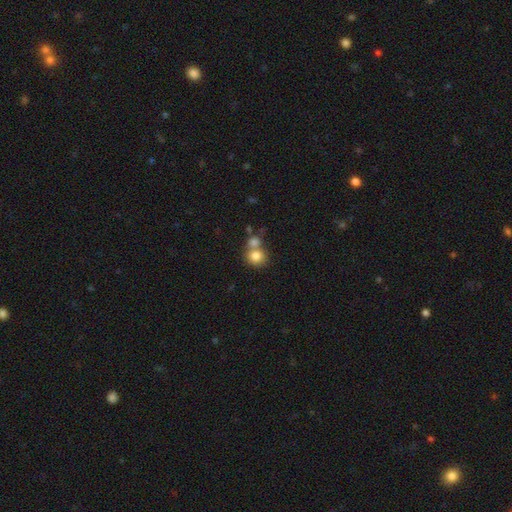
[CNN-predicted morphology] type=smooth (80%); roundness=round (80%); merging=merger (46%).